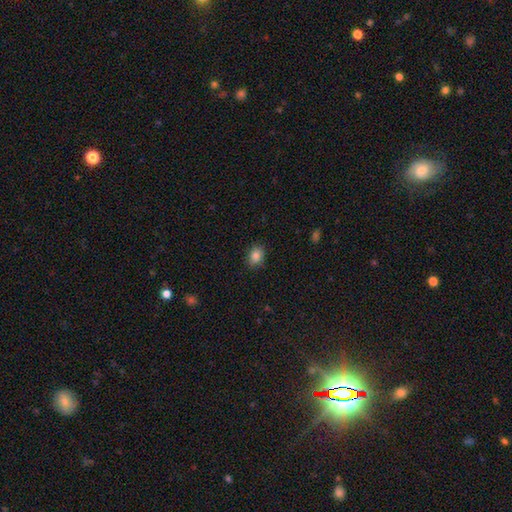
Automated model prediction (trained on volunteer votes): This appears to be a smooth galaxy with no disk features (85%) that is in between round and cigar-shaped (63%). Merging: none (84%).